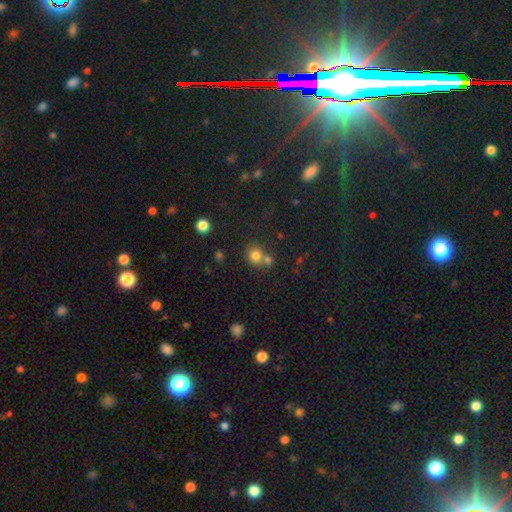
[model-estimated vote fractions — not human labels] Smooth or featured? smooth (76%)
How rounded? round (82%)
Merging? none (50%)